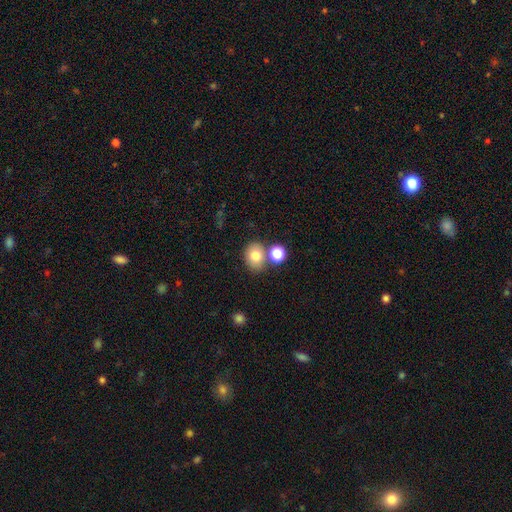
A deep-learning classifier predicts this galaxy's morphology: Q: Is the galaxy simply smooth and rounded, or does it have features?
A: smooth — 80%.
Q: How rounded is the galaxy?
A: round — 54%.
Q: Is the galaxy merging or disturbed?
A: none — 63%.